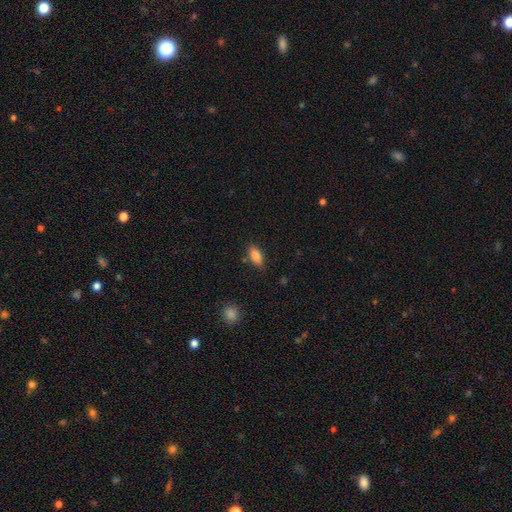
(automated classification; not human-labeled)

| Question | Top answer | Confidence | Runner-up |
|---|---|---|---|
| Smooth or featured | smooth | 80% | featured or disk (12%) |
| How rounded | in between | 86% | cigar-shaped (10%) |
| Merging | none | 80% | minor disturbance (14%) |